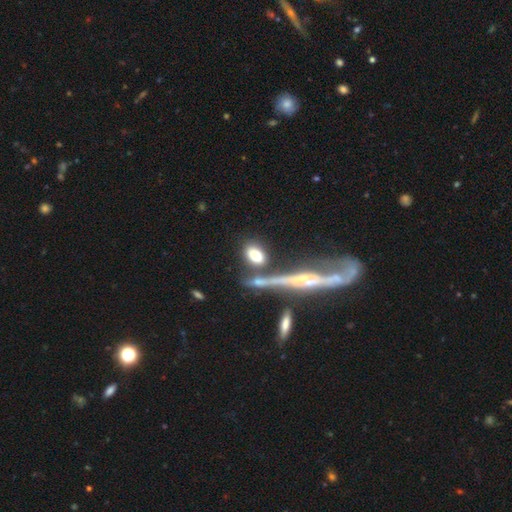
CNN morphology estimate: type=smooth (77%); roundness=in between (76%); merging=none (64%).